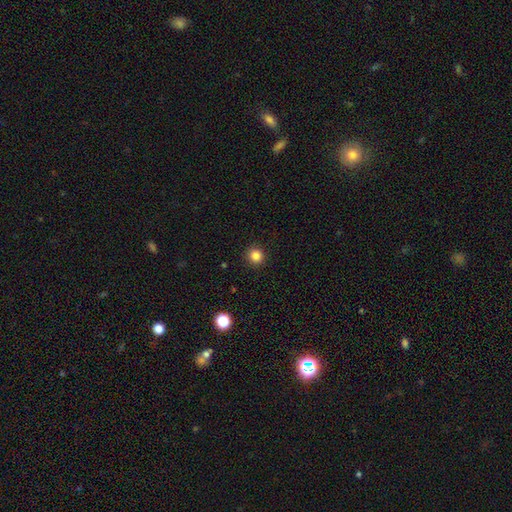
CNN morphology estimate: smooth_or_featured: smooth (p=0.84) [alt: star or artifact p=0.12]
how_rounded: round (p=0.94) [alt: in between p=0.05]
merging: none (p=0.92) [alt: minor disturbance p=0.05]